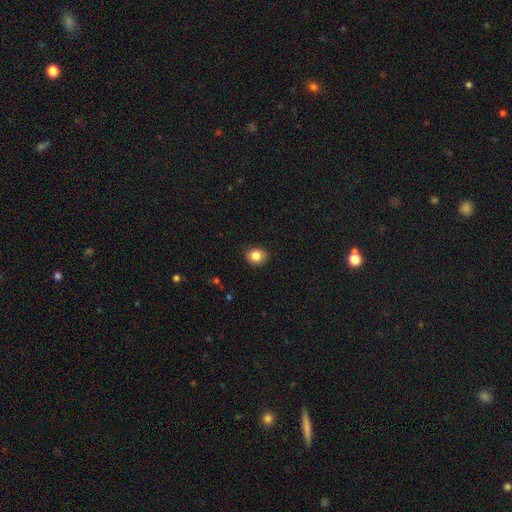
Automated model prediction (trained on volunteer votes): Smooth or featured?
  - smooth: 84% *
  - star or artifact: 10%
  - featured or disk: 6%
How rounded?
  - round: 70% *
  - in between: 29%
  - cigar-shaped: 1%
Merging?
  - none: 88% *
  - minor disturbance: 9%
  - major disturbance: 2%
  - merger: 1%